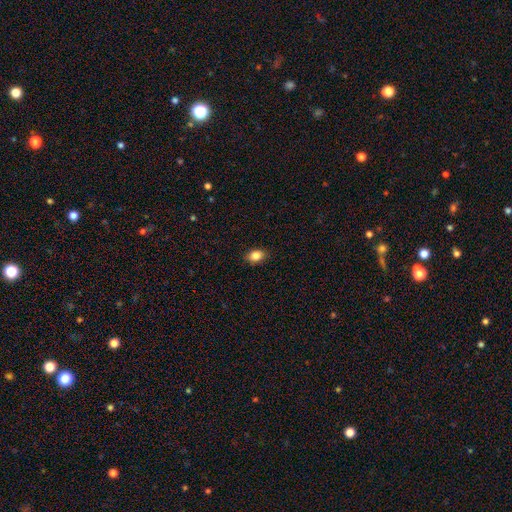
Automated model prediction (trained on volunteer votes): Morphology: type=smooth (85%); roundness=in between (79%); merging=none (87%).